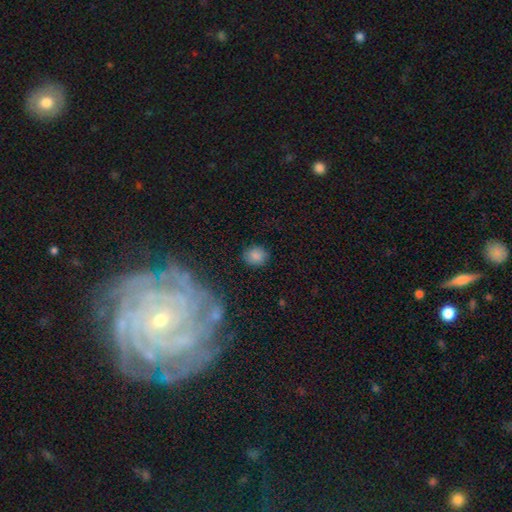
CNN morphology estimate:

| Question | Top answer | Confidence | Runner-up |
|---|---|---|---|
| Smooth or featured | smooth | 83% | star or artifact (10%) |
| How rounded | round | 70% | in between (29%) |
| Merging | none | 84% | minor disturbance (10%) |